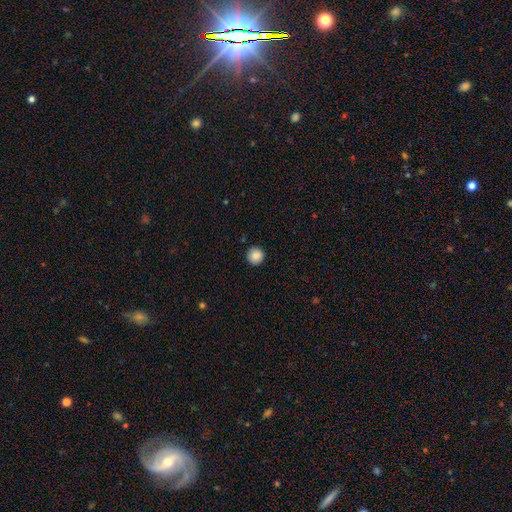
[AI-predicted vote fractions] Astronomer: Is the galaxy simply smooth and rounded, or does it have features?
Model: smooth — 86%.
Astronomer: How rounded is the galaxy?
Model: round — 96%.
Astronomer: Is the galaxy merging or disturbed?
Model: none — 92%.